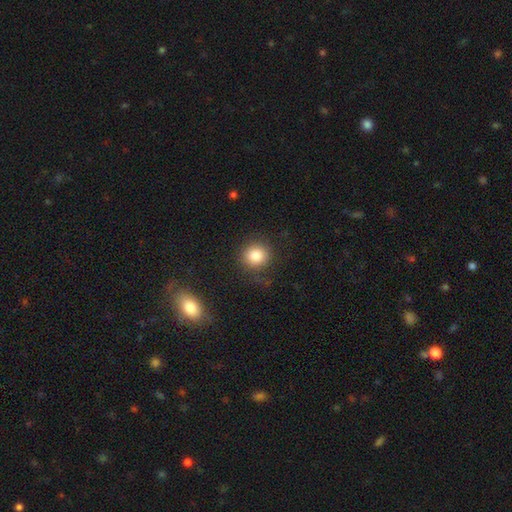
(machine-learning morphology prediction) smooth_or_featured: smooth (p=0.83) [alt: star or artifact p=0.10]
how_rounded: round (p=0.88) [alt: in between p=0.11]
merging: none (p=0.82) [alt: minor disturbance p=0.12]